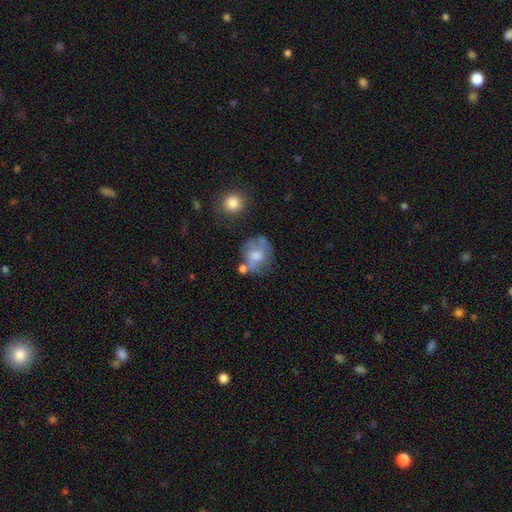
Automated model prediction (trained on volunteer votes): This appears to be a featured or disk galaxy (46%). Merging: none (45%).